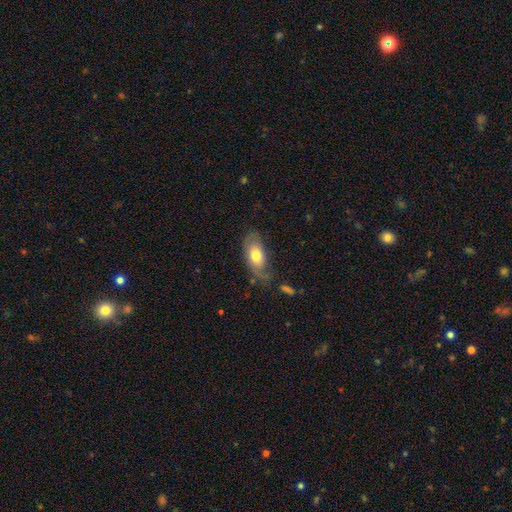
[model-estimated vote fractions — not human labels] Q: Smooth or featured?
A: smooth (71%); runner-up: featured or disk (23%)
Q: How rounded?
A: in between (88%); runner-up: cigar-shaped (8%)
Q: Merging?
A: none (56%); runner-up: minor disturbance (29%)